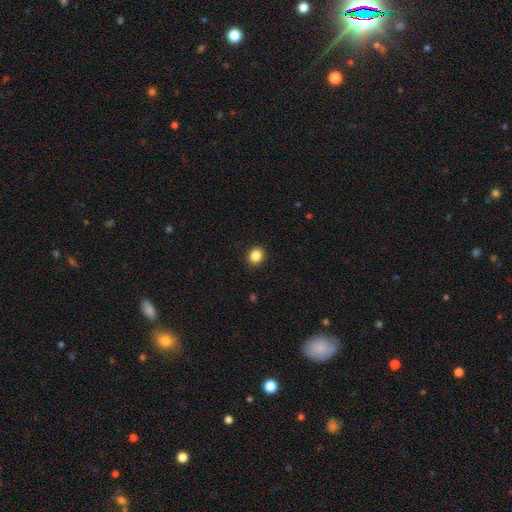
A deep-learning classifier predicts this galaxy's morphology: This is clearly a smooth galaxy (87%). How rounded: likely round (61%). Merging: clearly none (91%).